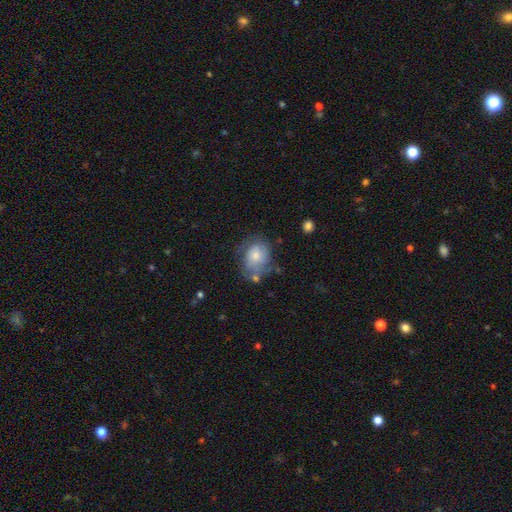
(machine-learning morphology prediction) Overall: smooth (58%; featured or disk 34%). How rounded: round (51%; in between 48%). Merging: none (46%; minor disturbance 29%).